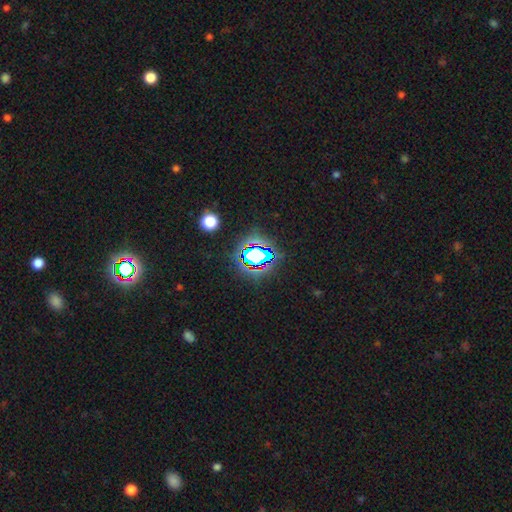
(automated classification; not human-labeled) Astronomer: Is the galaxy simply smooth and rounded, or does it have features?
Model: star or artifact — 67%.